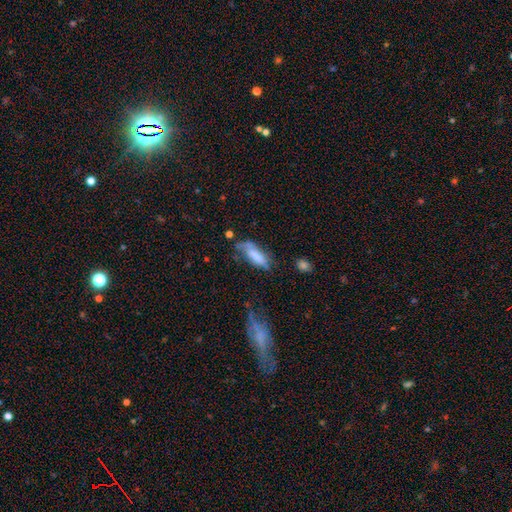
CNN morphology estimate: type=smooth (68%); roundness=in between (61%); merging=none (40%).